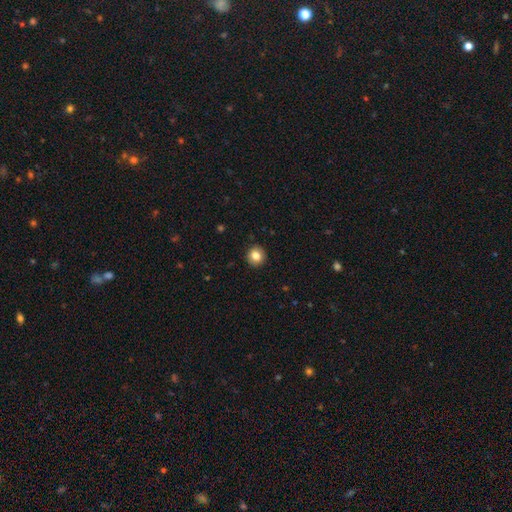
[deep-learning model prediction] This is clearly a smooth galaxy (82%). How rounded: clearly round (92%). Merging: clearly none (92%).